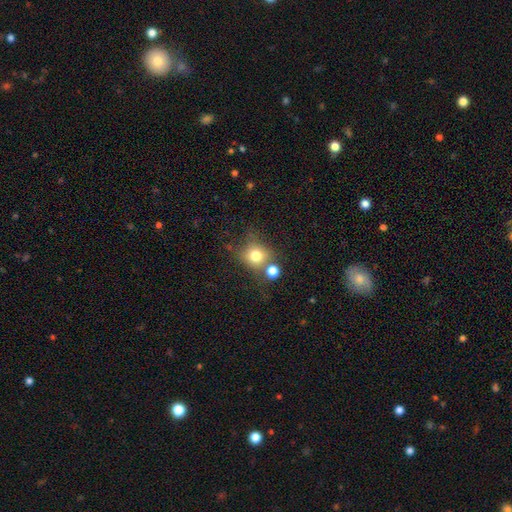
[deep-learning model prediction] Smooth or featured?
  - smooth: 73% *
  - star or artifact: 15%
  - featured or disk: 12%
How rounded?
  - round: 79% *
  - in between: 19%
  - cigar-shaped: 1%
Merging?
  - none: 58% *
  - merger: 22%
  - minor disturbance: 14%
  - major disturbance: 7%